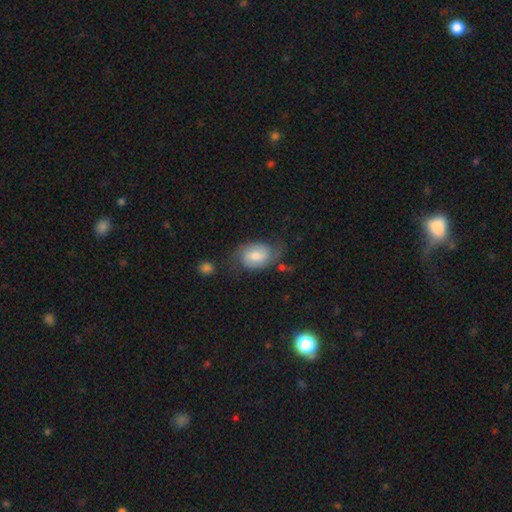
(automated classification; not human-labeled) Smooth or featured? Predicted: smooth (p=0.51). How rounded? Predicted: in between (p=0.76). Merging? Predicted: none (p=0.54).